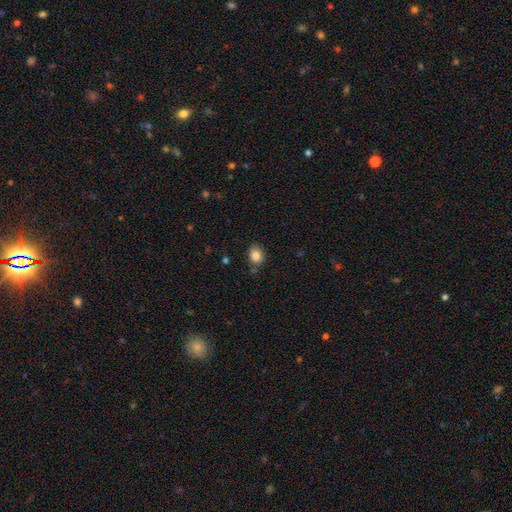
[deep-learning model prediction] A smooth galaxy with no disk features (85%) that is in between round and cigar-shaped (62%). Merging: none (73%).